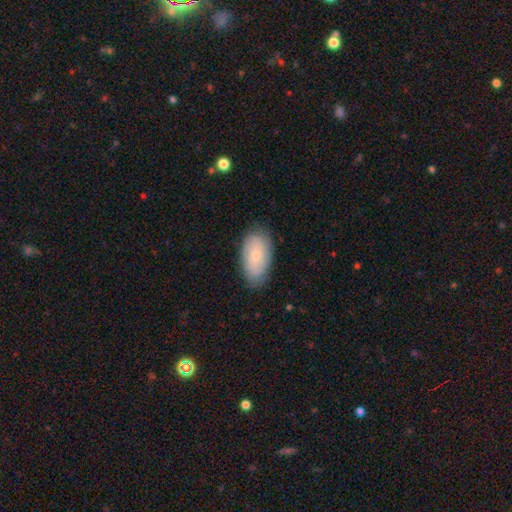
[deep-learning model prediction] Smooth or featured?
  - smooth: 69% *
  - featured or disk: 25%
  - star or artifact: 7%
How rounded?
  - in between: 94% *
  - round: 4%
  - cigar-shaped: 2%
Merging?
  - none: 82% *
  - minor disturbance: 14%
  - major disturbance: 3%
  - merger: 1%